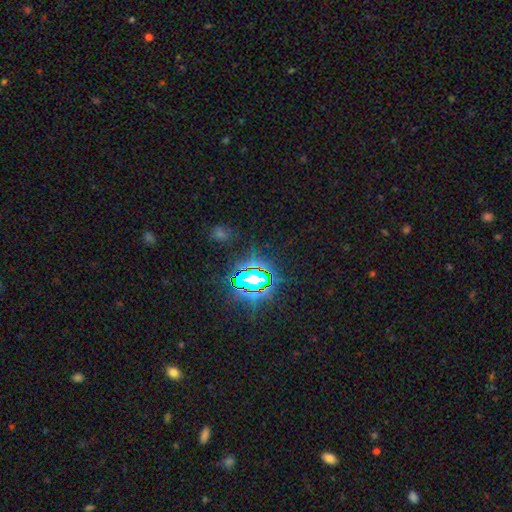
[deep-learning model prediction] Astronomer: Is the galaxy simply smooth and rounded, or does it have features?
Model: star or artifact — 79%.